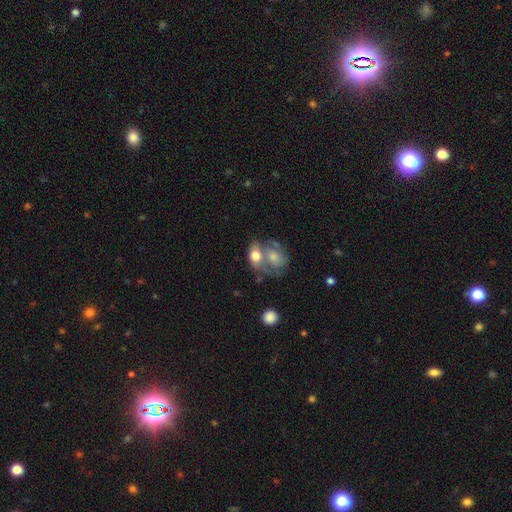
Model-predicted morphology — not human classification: Overall: smooth (65%; featured or disk 28%). How rounded: in between (68%; round 30%). Merging: merger (59%; none 22%).